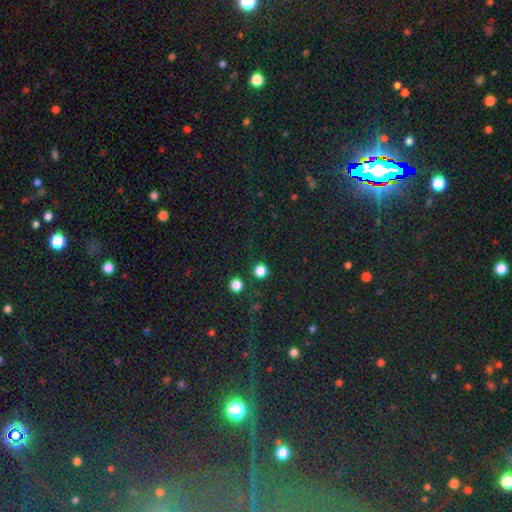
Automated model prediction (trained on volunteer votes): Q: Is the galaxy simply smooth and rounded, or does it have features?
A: star or artifact — 80%.